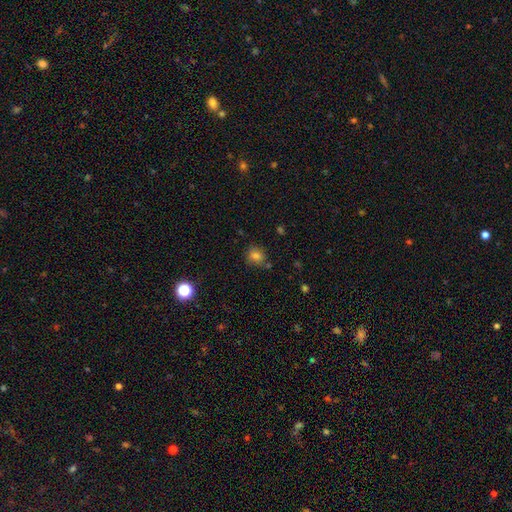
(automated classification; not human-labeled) A smooth galaxy with no disk features (80%) that is round (69%).

Vote fractions:
- Smooth or featured? smooth: 80% / star or artifact: 14% / featured or disk: 6%
- How rounded? round: 69% / in between: 30% / cigar-shaped: 1%
- Merging? none: 77% / minor disturbance: 14% / merger: 6% / major disturbance: 3%